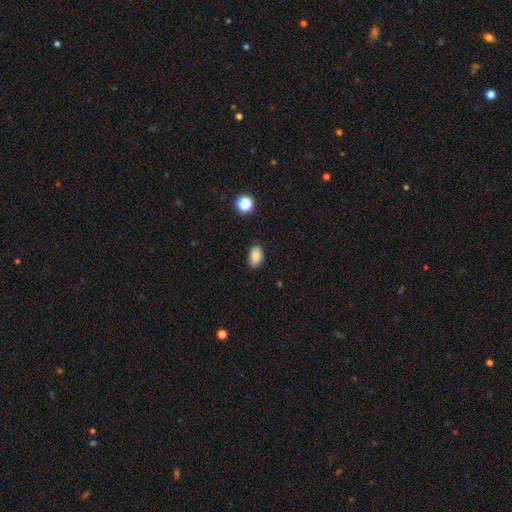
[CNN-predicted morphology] This appears to be a smooth galaxy with no disk features (87%) that is in between round and cigar-shaped (88%). Merging: none (85%).